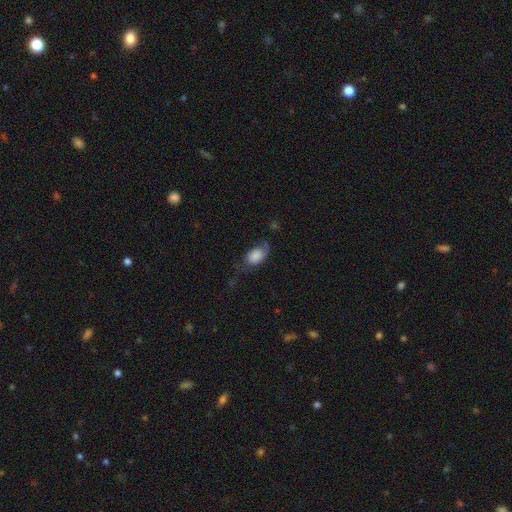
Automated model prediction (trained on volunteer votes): Smooth or featured? smooth (67%)
How rounded? in between (85%)
Merging? none (37%)